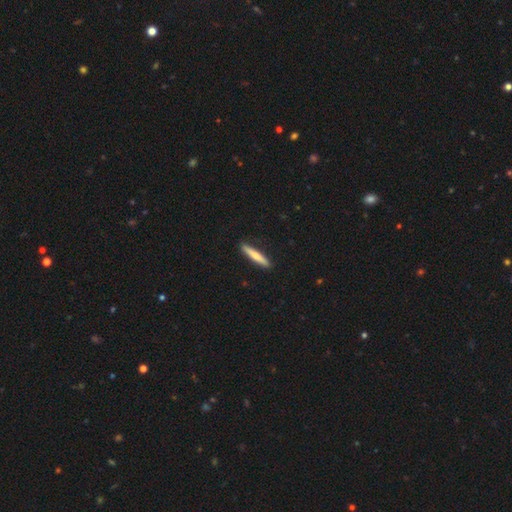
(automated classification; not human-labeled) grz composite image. It shows a smooth galaxy with no disk features (61%) that is cigar-shaped (92%). Merging: none (91%).